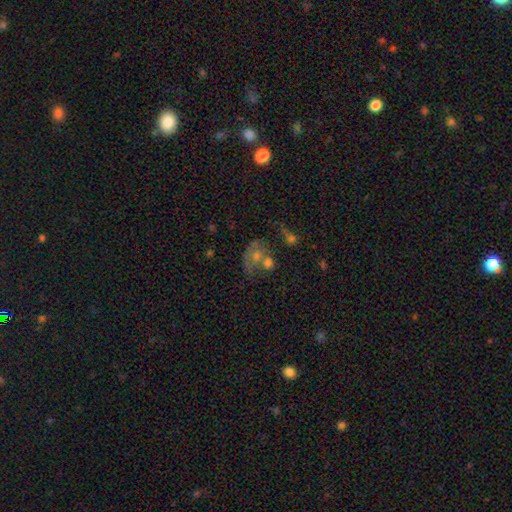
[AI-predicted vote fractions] smooth_or_featured: featured or disk (p=0.41) [alt: smooth p=0.40]
merging: merger (p=0.35) [alt: none p=0.31]